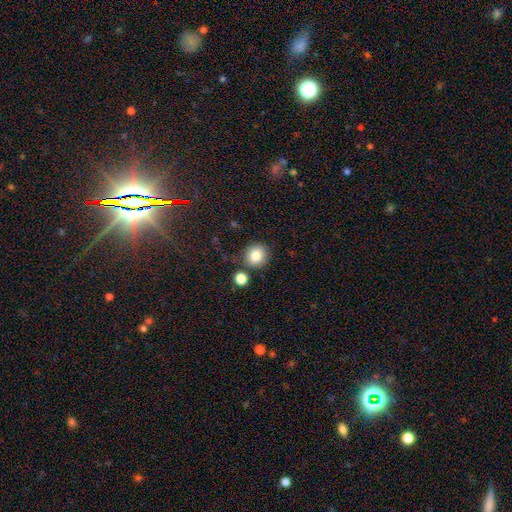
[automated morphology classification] Overall: smooth (83%). How rounded: round (86%). Merging: none (80%).